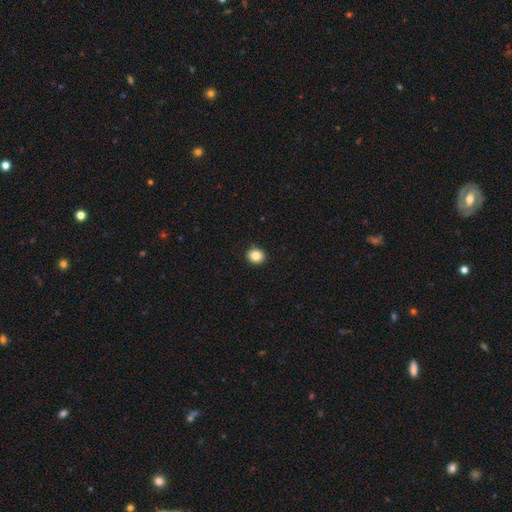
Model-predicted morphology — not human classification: Smooth or featured: smooth — 84% (star or artifact — 10%)
How rounded: round — 77% (in between — 22%)
Merging: none — 92% (minor disturbance — 6%)